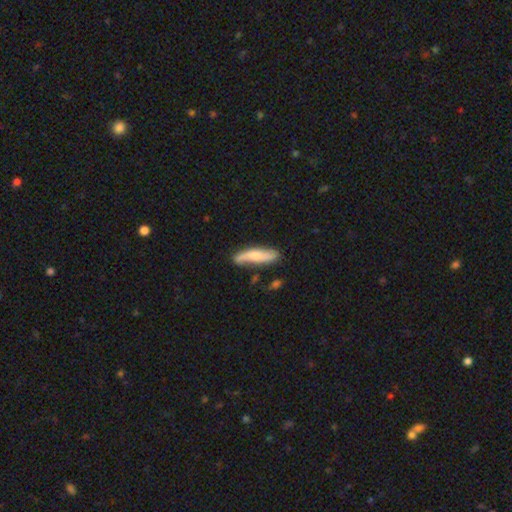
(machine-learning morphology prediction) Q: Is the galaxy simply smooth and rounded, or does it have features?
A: smooth — 60%.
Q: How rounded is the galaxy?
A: cigar-shaped — 74%.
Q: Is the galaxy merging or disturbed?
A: none — 69%.